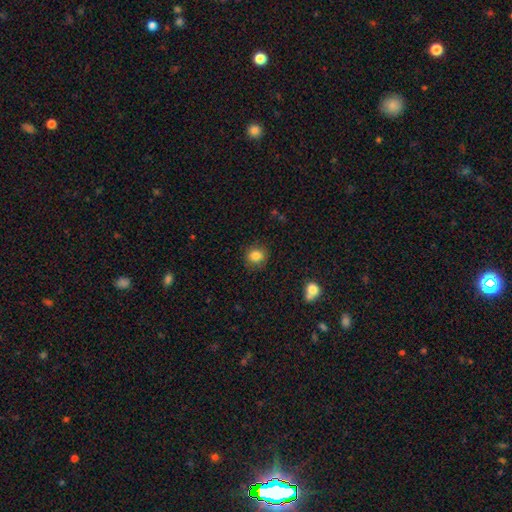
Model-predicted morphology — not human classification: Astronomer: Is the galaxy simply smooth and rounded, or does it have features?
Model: smooth — 84%.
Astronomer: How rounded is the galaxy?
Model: round — 78%.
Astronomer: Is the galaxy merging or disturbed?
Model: none — 83%.